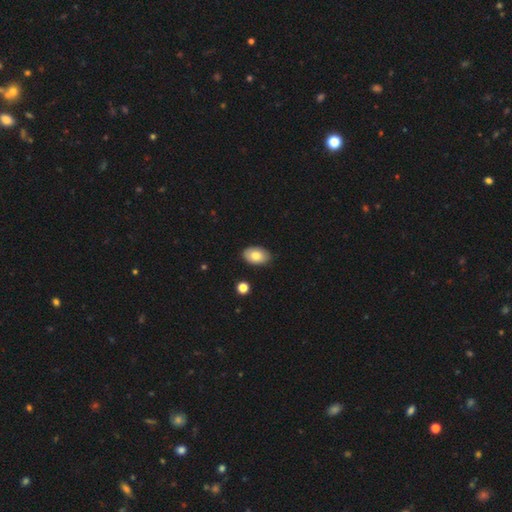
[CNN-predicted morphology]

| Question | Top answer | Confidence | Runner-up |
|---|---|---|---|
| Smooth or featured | smooth | 79% | featured or disk (14%) |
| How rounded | in between | 91% | round (8%) |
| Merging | none | 87% | minor disturbance (10%) |